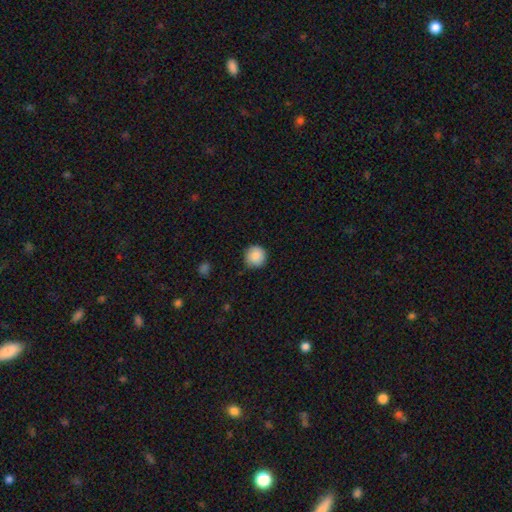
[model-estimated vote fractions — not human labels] This appears to be a smooth galaxy with no disk features (88%) that is round (94%). Merging: none (84%).